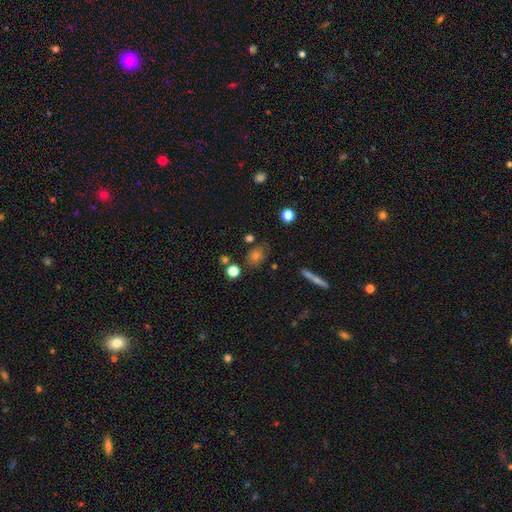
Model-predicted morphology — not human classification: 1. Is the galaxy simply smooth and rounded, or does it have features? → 66% smooth, 17% featured or disk, 17% star or artifact.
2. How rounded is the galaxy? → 52% round, 44% in between, 3% cigar-shaped.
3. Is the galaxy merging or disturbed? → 75% none, 15% minor disturbance, 6% merger, 5% major disturbance.